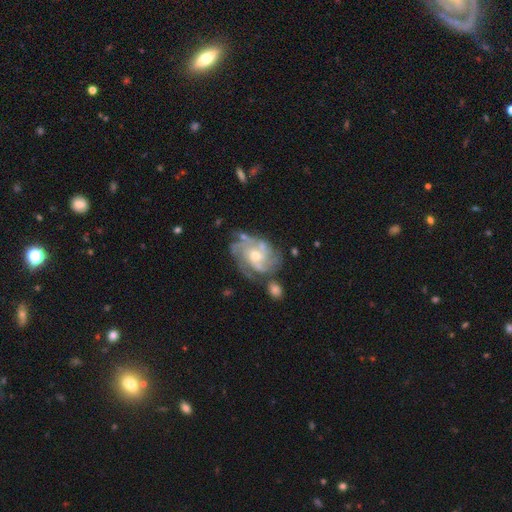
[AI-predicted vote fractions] featured or disk 86%, smooth 8%, star or artifact 6%. Down the decision tree: edge-on disk — no (97%); bar — no (67%); spiral arms — yes (95%); spiral arm count — 3 (27%); spiral winding — tight (51%); bulge size — moderate (55%); merging — none (61%).